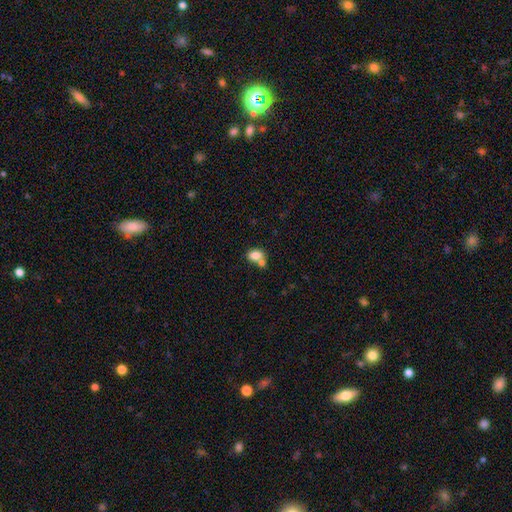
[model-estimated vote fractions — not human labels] smooth_or_featured: smooth (p=0.80) [alt: featured or disk p=0.11]
how_rounded: in between (p=0.76) [alt: round p=0.23]
merging: merger (p=0.49) [alt: none p=0.37]